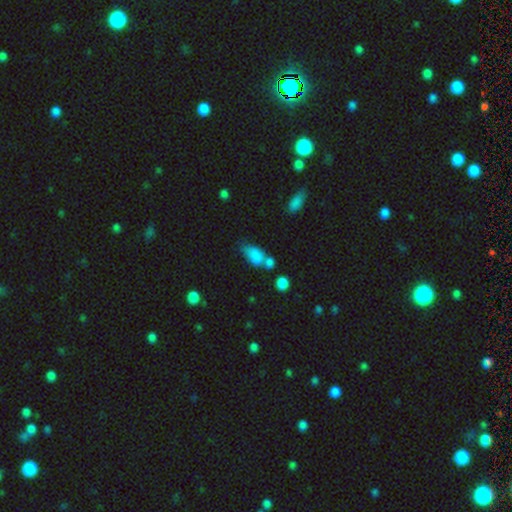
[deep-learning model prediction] Smooth or featured?
  - smooth: 79% *
  - featured or disk: 11%
  - star or artifact: 10%
How rounded?
  - in between: 87% *
  - round: 9%
  - cigar-shaped: 4%
Merging?
  - merger: 34% *
  - none: 29%
  - minor disturbance: 24%
  - major disturbance: 13%